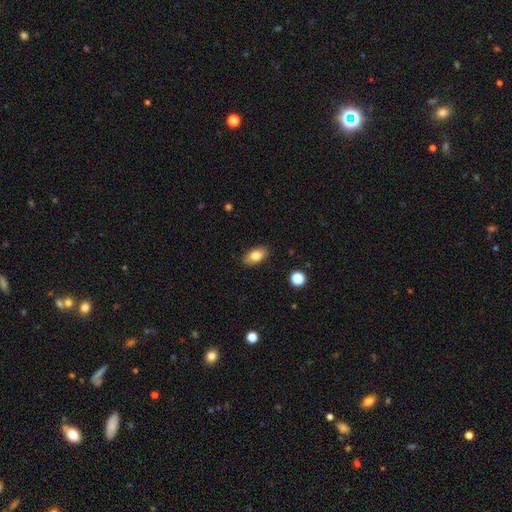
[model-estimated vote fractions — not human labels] This appears to be a smooth galaxy with no disk features (80%) that is in between round and cigar-shaped (89%). Merging: none (88%).